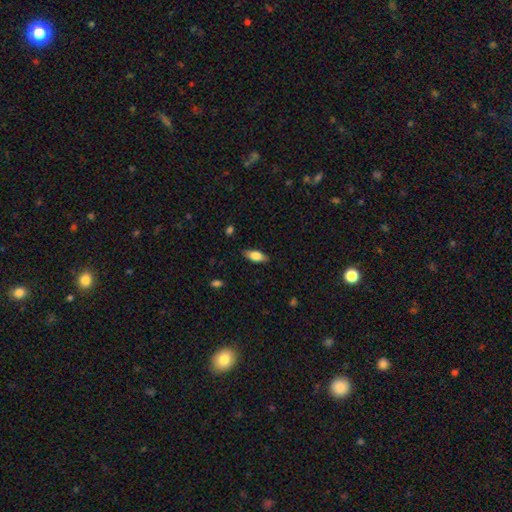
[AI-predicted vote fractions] Morphology: type=smooth (77%); roundness=in between (84%); merging=none (84%).